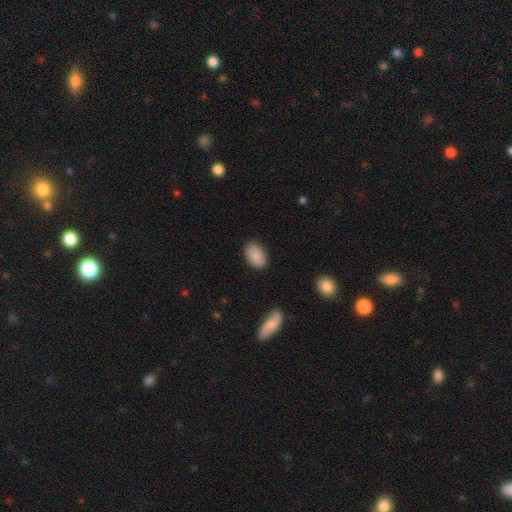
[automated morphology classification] Smooth or featured? Predicted: smooth (p=0.88). How rounded? Predicted: in between (p=0.91). Merging? Predicted: none (p=0.85).